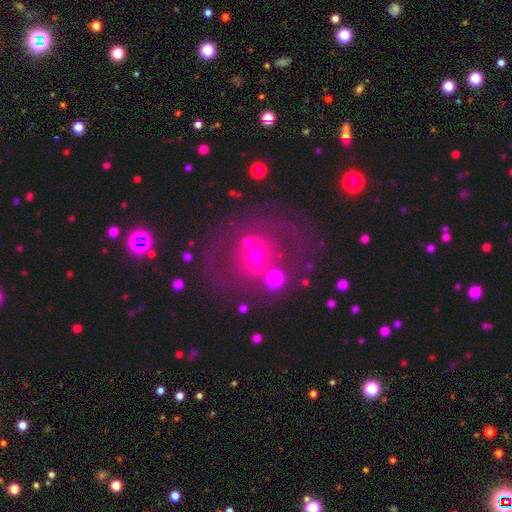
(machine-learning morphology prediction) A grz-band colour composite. It shows a featured or disk galaxy (63%) with no bar (52%), no spiral arms (52%) and a moderate central bulge (53%). Merging: none (64%).